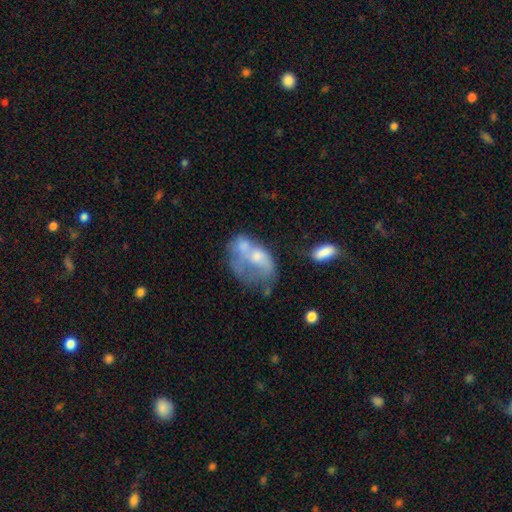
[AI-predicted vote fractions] featured or disk 49%, smooth 41%, star or artifact 10%. Down the decision tree: merging — merger (43%).